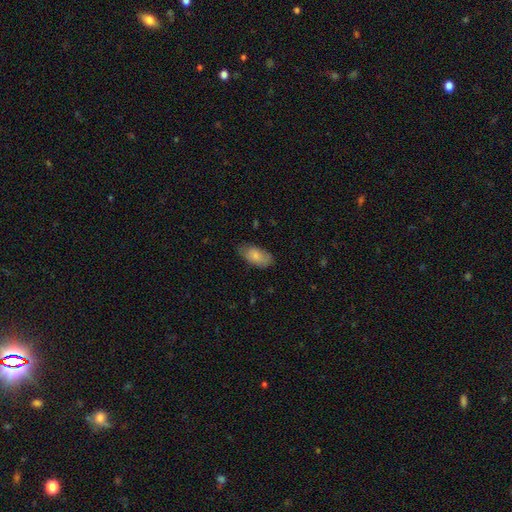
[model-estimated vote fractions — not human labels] Overall: smooth (80%). How rounded: in between (93%). Merging: none (71%).